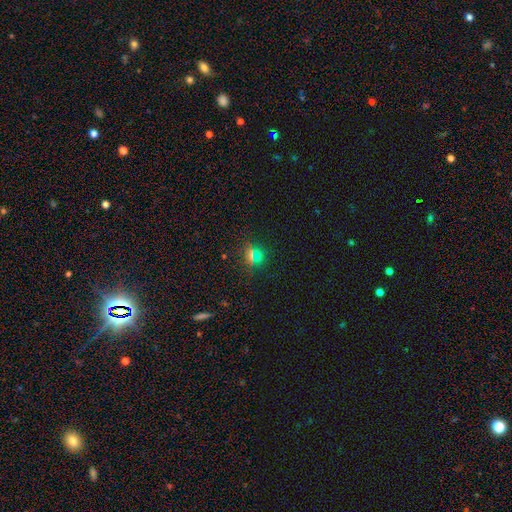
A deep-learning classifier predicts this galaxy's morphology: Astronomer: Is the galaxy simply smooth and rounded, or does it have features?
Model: smooth — 55% (runner-up: star or artifact, 35%).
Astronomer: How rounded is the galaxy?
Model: round — 73%.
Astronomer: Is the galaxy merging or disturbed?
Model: none — 81%.